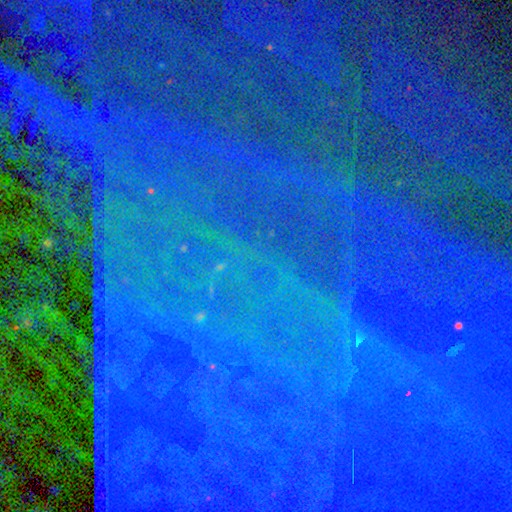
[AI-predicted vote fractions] Smooth or featured? Predicted: star or artifact (p=0.85).